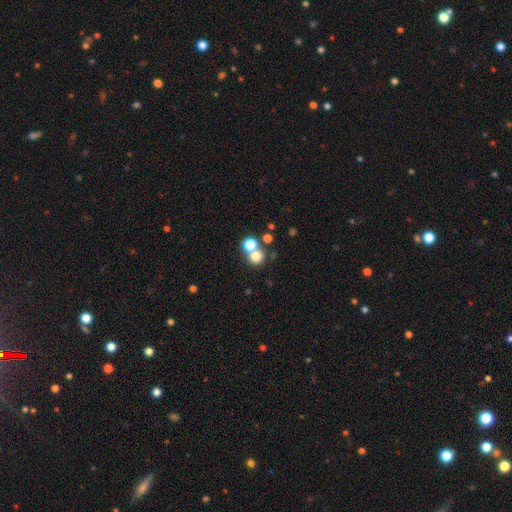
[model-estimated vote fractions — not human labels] Q: Smooth or featured?
A: smooth (74%); runner-up: star or artifact (16%)
Q: How rounded?
A: round (87%); runner-up: in between (12%)
Q: Merging?
A: none (53%); runner-up: merger (37%)